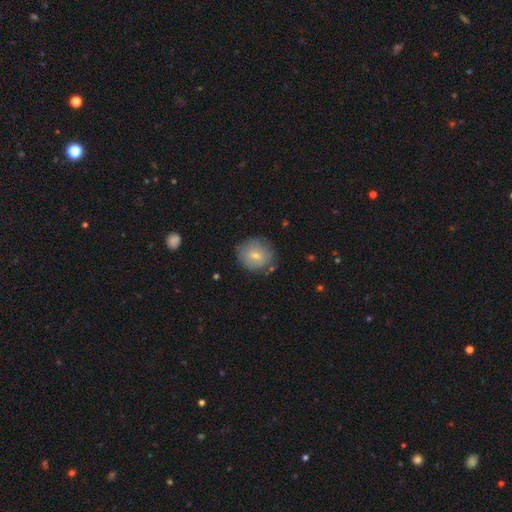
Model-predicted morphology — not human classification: Q: Smooth or featured?
A: smooth (71%); runner-up: featured or disk (21%)
Q: How rounded?
A: round (84%); runner-up: in between (15%)
Q: Merging?
A: none (77%); runner-up: minor disturbance (16%)